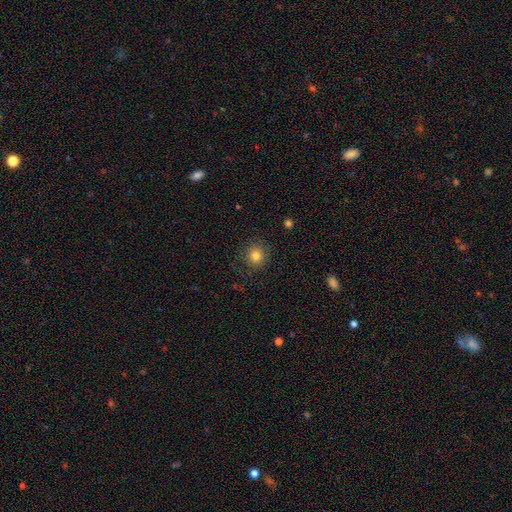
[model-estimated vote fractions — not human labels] Smooth or featured? Predicted: smooth (p=0.80). How rounded? Predicted: round (p=0.88). Merging? Predicted: none (p=0.85).